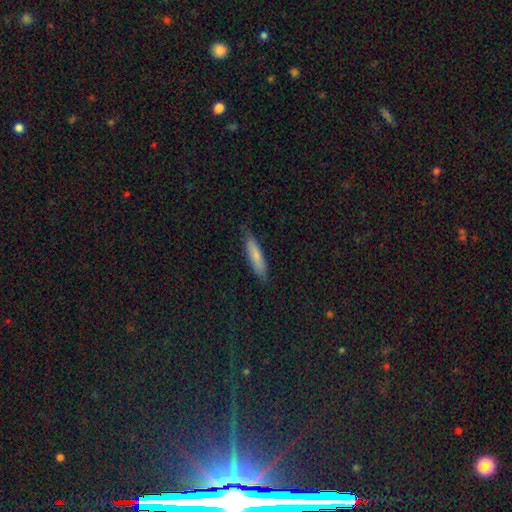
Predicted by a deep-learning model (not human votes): Smooth or featured? smooth (75%)
How rounded? cigar-shaped (78%)
Merging? none (81%)